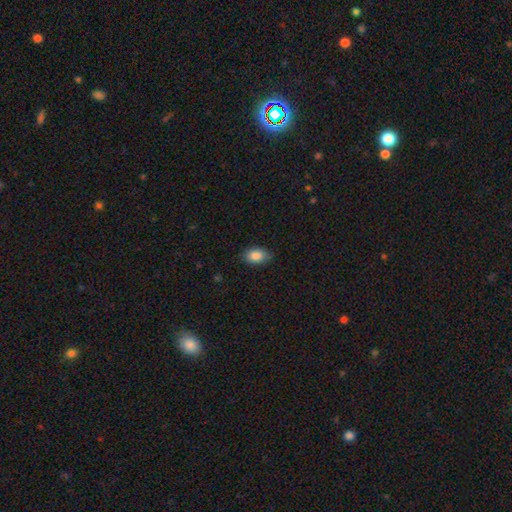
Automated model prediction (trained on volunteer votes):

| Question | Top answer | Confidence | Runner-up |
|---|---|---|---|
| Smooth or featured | smooth | 86% | star or artifact (8%) |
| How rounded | in between | 87% | round (11%) |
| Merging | none | 80% | minor disturbance (17%) |